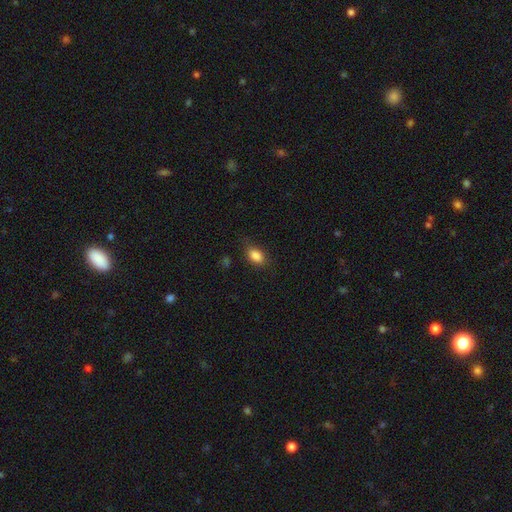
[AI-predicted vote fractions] A smooth galaxy with no disk features (86%) that is in between round and cigar-shaped (86%). Merging: none (77%).